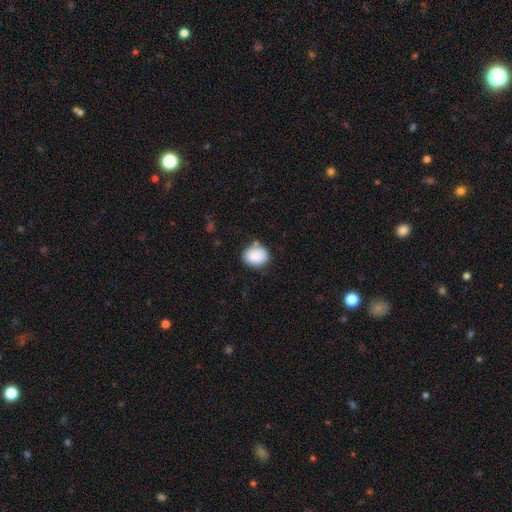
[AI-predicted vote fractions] Smooth or featured: smooth — 89% (star or artifact — 7%)
How rounded: in between — 50% (round — 49%)
Merging: none — 76% (minor disturbance — 16%)